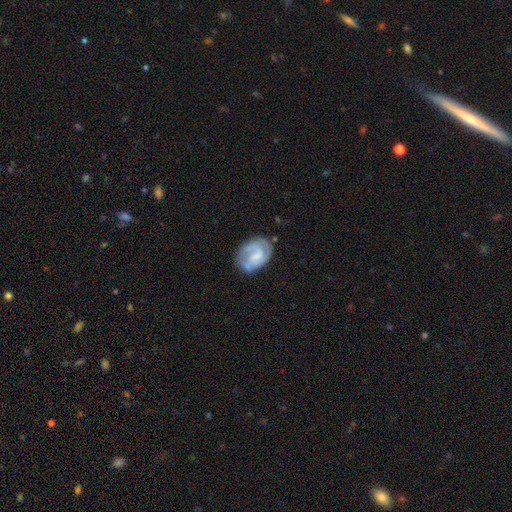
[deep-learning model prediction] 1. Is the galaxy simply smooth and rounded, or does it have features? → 65% featured or disk, 29% smooth, 6% star or artifact.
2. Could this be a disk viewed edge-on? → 98% no, 2% yes.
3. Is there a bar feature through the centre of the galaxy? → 46% no, 45% weak, 10% strong.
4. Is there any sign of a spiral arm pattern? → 81% yes, 19% no.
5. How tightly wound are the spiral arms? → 42% medium, 40% tight, 18% loose.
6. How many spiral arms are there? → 50% 2, 24% can't tell, 12% 3, 10% 1, 2% 4, 2% more than 4.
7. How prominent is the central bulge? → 40% small, 30% none, 25% moderate, 4% large, 1% dominant.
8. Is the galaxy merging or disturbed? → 57% none, 27% minor disturbance, 13% major disturbance, 3% merger.